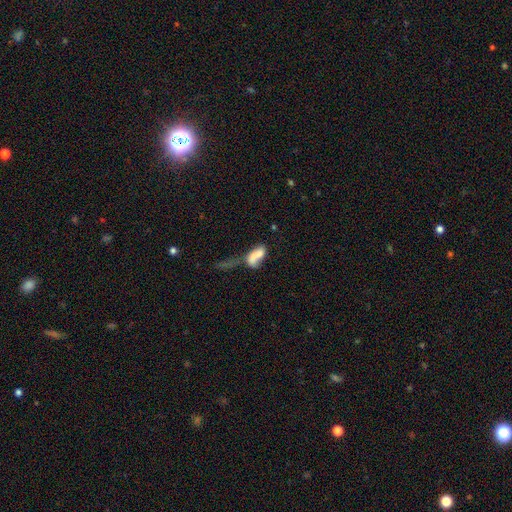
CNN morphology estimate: type=smooth (63%); roundness=in between (80%); merging=merger (54%).